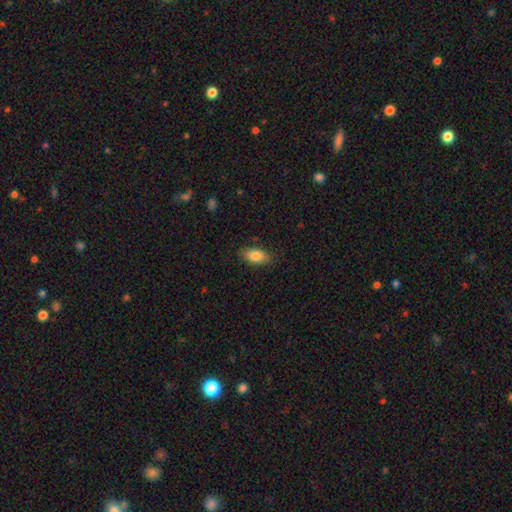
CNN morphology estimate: type=smooth (86%); roundness=in between (91%); merging=none (85%).